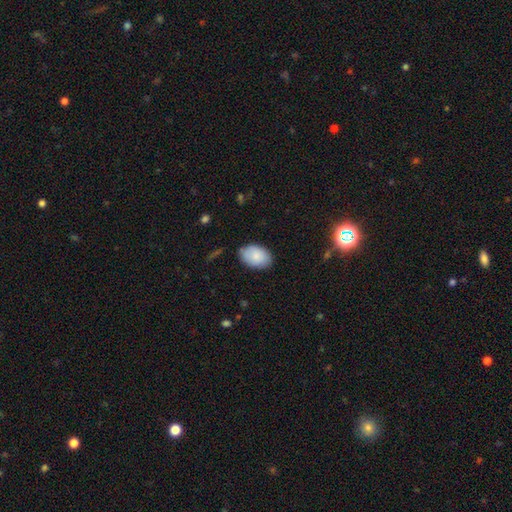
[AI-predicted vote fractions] Q: Smooth or featured?
A: smooth (87%); runner-up: featured or disk (7%)
Q: How rounded?
A: in between (89%); runner-up: round (10%)
Q: Merging?
A: none (81%); runner-up: minor disturbance (15%)